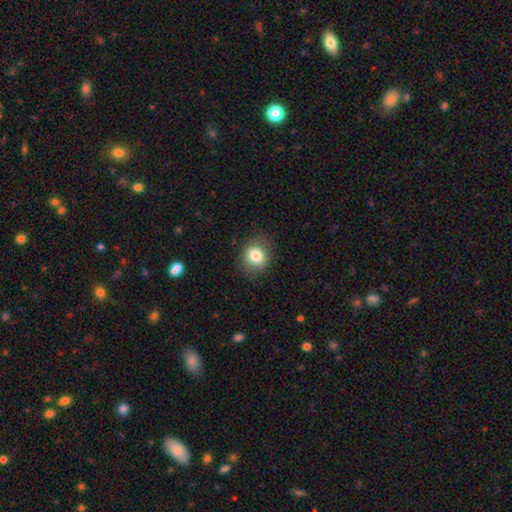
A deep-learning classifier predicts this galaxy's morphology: smooth_or_featured: smooth (p=0.82) [alt: star or artifact p=0.10]
how_rounded: round (p=0.67) [alt: in between p=0.32]
merging: none (p=0.83) [alt: minor disturbance p=0.12]